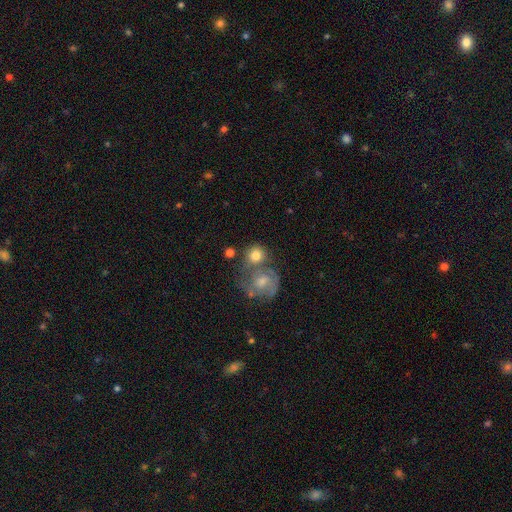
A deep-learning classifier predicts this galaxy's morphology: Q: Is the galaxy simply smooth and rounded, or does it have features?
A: smooth — 68%.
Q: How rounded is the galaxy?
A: round — 82%.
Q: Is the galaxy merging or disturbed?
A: none — 43%.